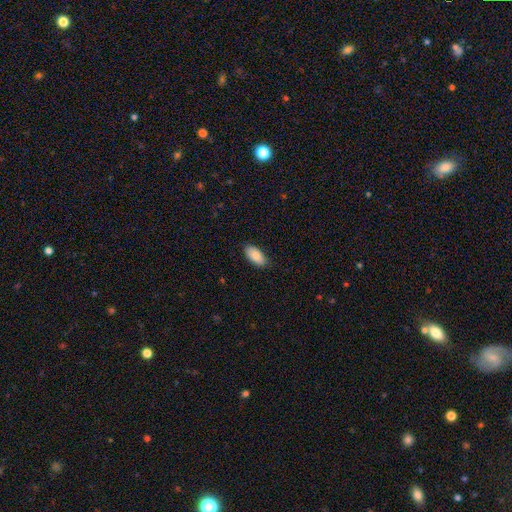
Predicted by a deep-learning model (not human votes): Smooth or featured? Predicted: smooth (p=0.83). How rounded? Predicted: in between (p=0.92). Merging? Predicted: none (p=0.86).